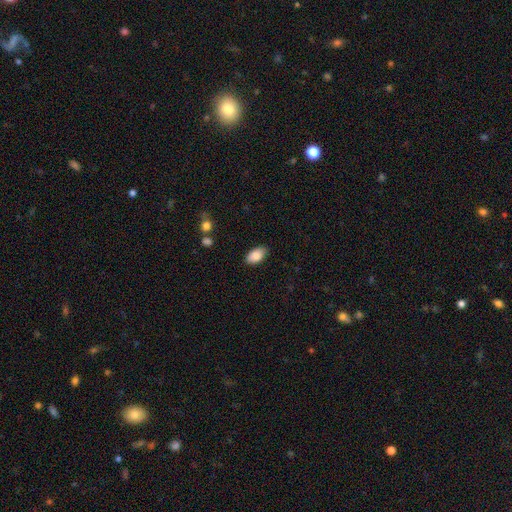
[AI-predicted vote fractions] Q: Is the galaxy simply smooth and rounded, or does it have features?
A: smooth — 87%.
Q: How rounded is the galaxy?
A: in between — 94%.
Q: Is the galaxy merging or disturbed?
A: none — 85%.